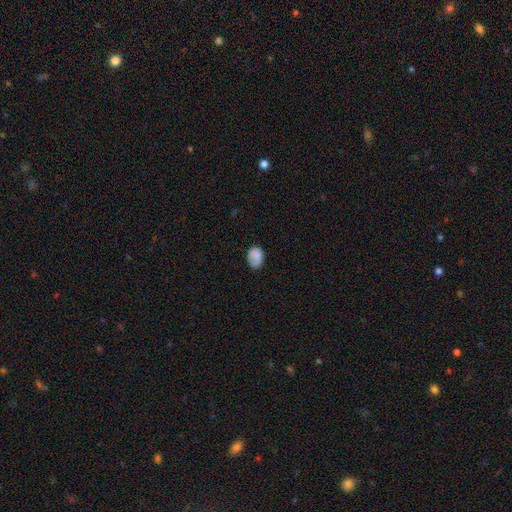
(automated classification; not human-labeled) This appears to be a smooth galaxy with no disk features (82%) that is in between round and cigar-shaped (71%). Merging: none (64%).